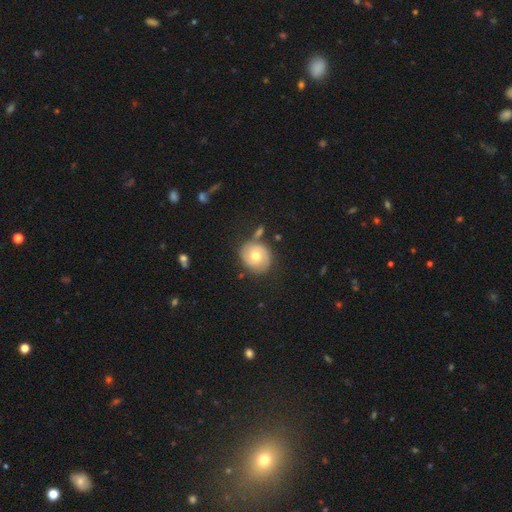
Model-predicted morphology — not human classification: featured or disk 55%, smooth 38%, star or artifact 7%. Down the decision tree: edge-on disk — no (97%); bar — no (74%); spiral arms — yes (76%); bulge size — moderate (79%); merging — none (73%).